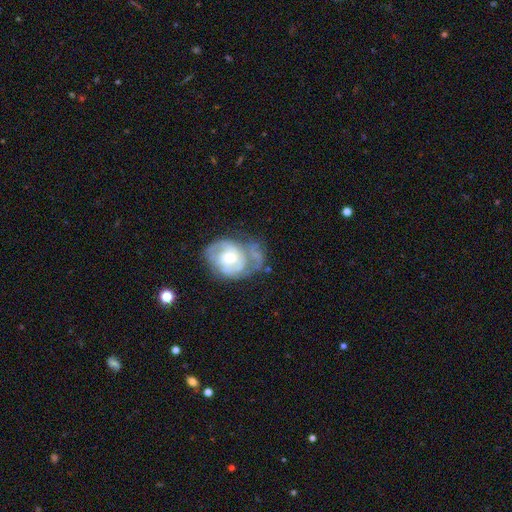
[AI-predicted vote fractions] Smooth or featured?
  - featured or disk: 79% *
  - smooth: 15%
  - star or artifact: 6%
Edge-on disk?
  - no: 97% *
  - yes: 3%
Bar?
  - no: 68% *
  - weak: 27%
  - strong: 5%
Spiral arms?
  - yes: 86% *
  - no: 14%
Spiral winding?
  - tight: 56% *
  - medium: 34%
  - loose: 10%
Spiral arm count?
  - 2: 46% *
  - can't tell: 30%
  - 3: 11%
  - 1: 7%
  - 4: 3%
  - more than 4: 3%
Bulge size?
  - moderate: 59% *
  - small: 31%
  - large: 7%
  - none: 2%
  - dominant: 1%
Merging?
  - none: 43% *
  - minor disturbance: 27%
  - major disturbance: 21%
  - merger: 9%